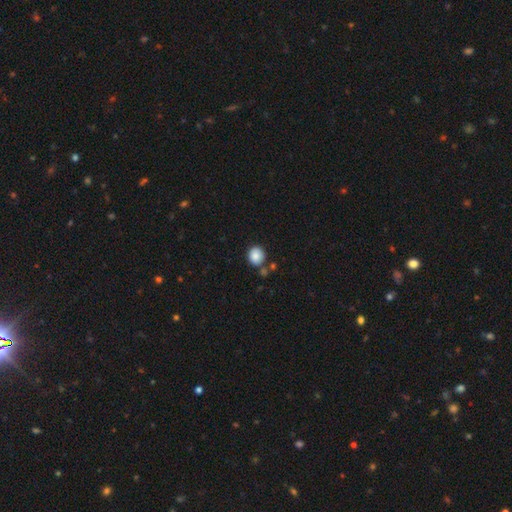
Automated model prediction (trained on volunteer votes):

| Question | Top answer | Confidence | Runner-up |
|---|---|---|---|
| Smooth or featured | smooth | 86% | star or artifact (9%) |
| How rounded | round | 82% | in between (17%) |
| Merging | none | 74% | merger (12%) |